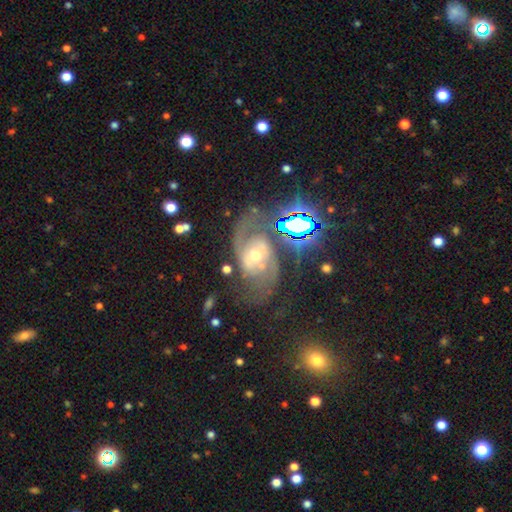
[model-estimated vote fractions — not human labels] This appears to be a featured or disk galaxy (79%) with no bar (49%), 2 (83%) medium (52%) spiral arms (93%) and a moderate central bulge (63%). Merging: none (53%).